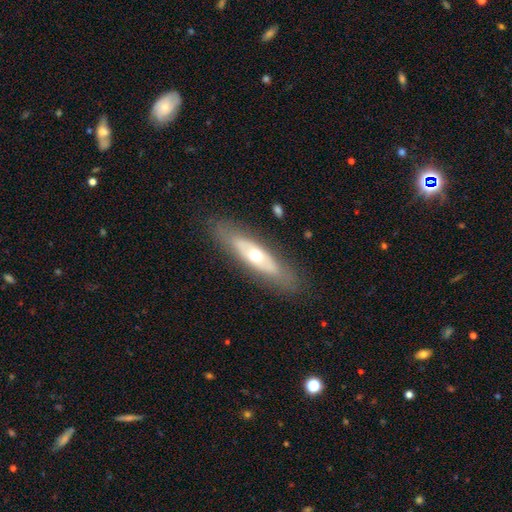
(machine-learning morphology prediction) smooth-or-featured: featured or disk: 54% | smooth: 40% | star or artifact: 6%
  disk-edge-on: no: 56% | yes: 44%
  merging: none: 81% | minor disturbance: 13% | major disturbance: 5% | merger: 1%